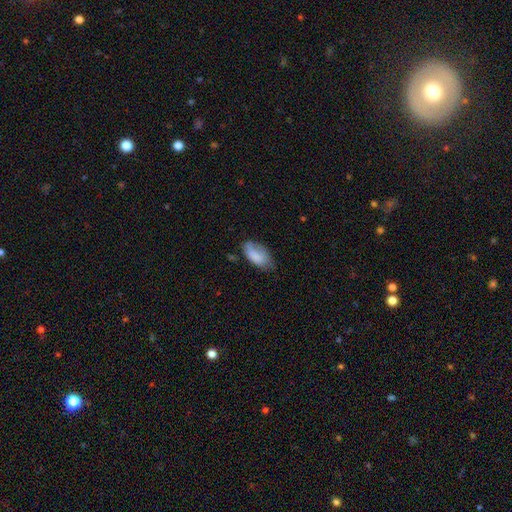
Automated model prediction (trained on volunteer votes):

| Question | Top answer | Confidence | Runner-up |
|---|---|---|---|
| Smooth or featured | smooth | 82% | featured or disk (11%) |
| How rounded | in between | 93% | cigar-shaped (4%) |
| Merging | none | 53% | minor disturbance (34%) |